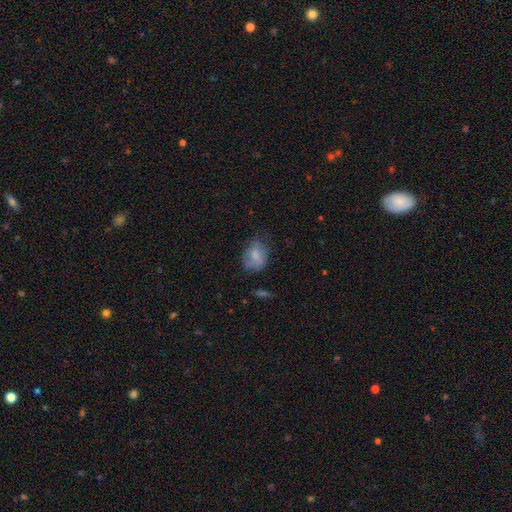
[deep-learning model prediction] A smooth galaxy with no disk features (73%) that is in between round and cigar-shaped (56%).

Vote fractions:
- Smooth or featured? smooth: 73% / featured or disk: 18% / star or artifact: 9%
- How rounded? in between: 56% / round: 43% / cigar-shaped: 1%
- Merging? none: 52% / minor disturbance: 31% / major disturbance: 15% / merger: 2%